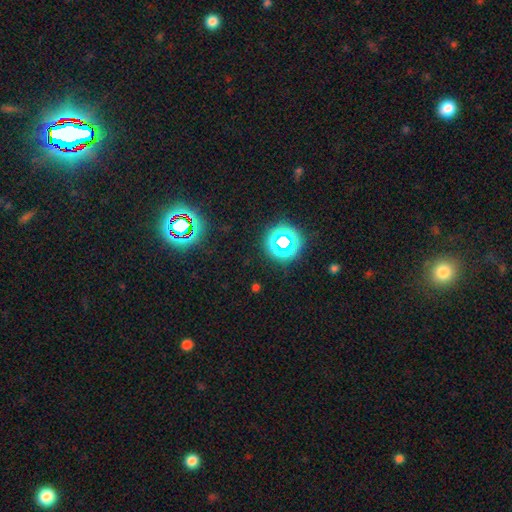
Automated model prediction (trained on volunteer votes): This appears to be a star or artifact, not a galaxy (73%).